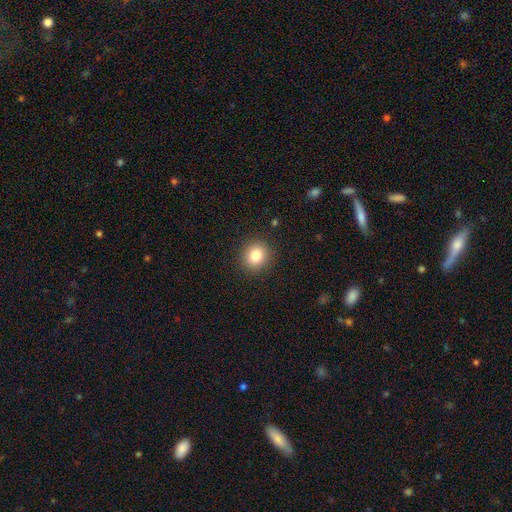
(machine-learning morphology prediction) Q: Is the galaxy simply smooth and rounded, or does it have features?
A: smooth — 82%.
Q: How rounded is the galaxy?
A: round — 84%.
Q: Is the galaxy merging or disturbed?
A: none — 90%.